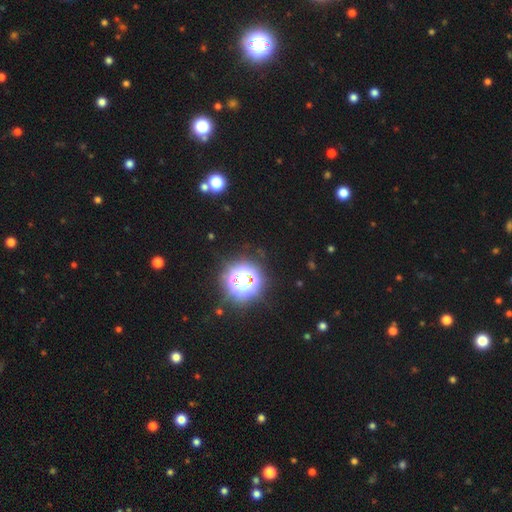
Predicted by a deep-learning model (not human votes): This appears to be a star or artifact, not a galaxy (82%).